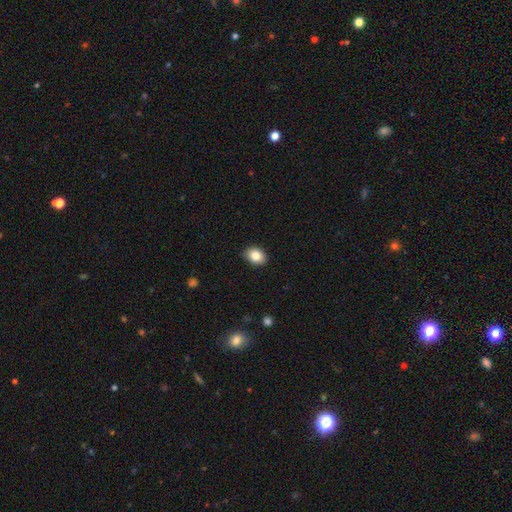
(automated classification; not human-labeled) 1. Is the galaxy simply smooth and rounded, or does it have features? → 84% smooth, 9% star or artifact, 7% featured or disk.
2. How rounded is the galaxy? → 68% in between, 31% round, 1% cigar-shaped.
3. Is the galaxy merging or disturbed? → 87% none, 10% minor disturbance, 2% major disturbance, 1% merger.